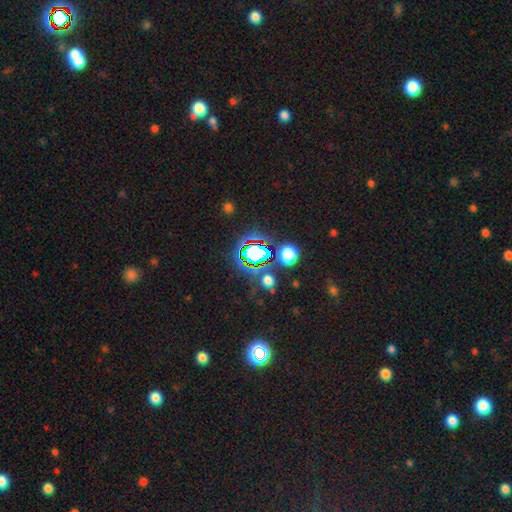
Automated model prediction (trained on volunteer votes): Smooth or featured? star or artifact (68%)